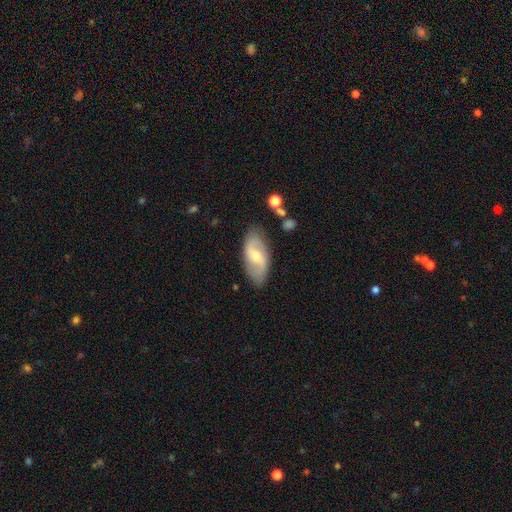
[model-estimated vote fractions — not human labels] This appears to be a featured or disk galaxy (67%) with a weak bar (47%), 2 (85%) loose (46%) spiral arms (83%) and a moderate central bulge (48%, tied with small). Merging: none (82%).